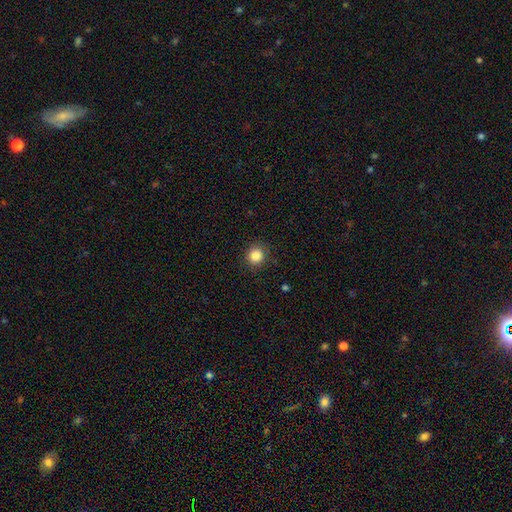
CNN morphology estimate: smooth-or-featured: smooth: 85% | star or artifact: 11% | featured or disk: 4%
  how-rounded: round: 88% | in between: 11% | cigar-shaped: 1%
  merging: none: 89% | minor disturbance: 7% | major disturbance: 2% | merger: 1%